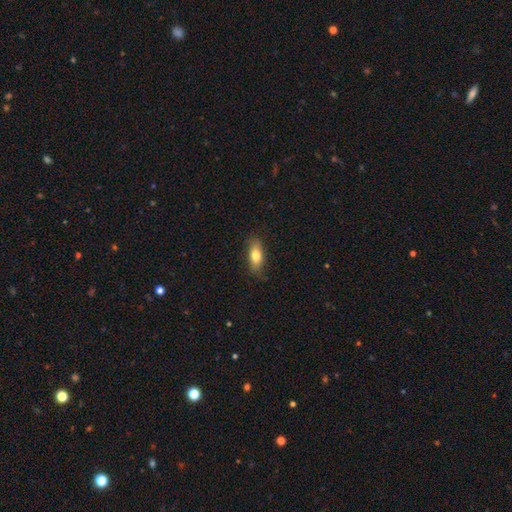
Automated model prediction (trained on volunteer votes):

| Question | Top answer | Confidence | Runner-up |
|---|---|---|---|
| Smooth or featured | smooth | 77% | featured or disk (16%) |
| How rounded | in between | 77% | cigar-shaped (19%) |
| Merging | none | 80% | minor disturbance (16%) |